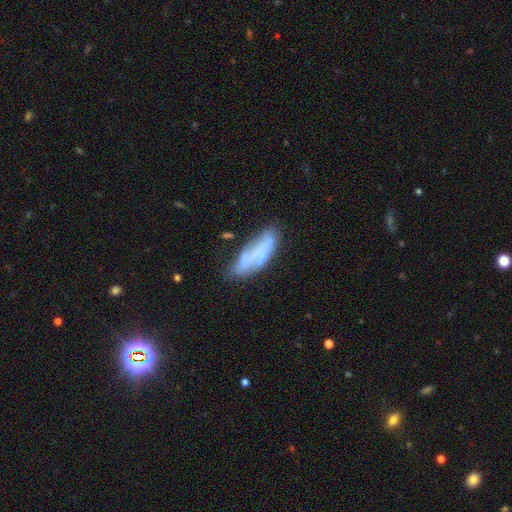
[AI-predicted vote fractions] This appears to be a smooth galaxy with no disk features (52%) that is in between round and cigar-shaped (57%). Merging: none (55%).